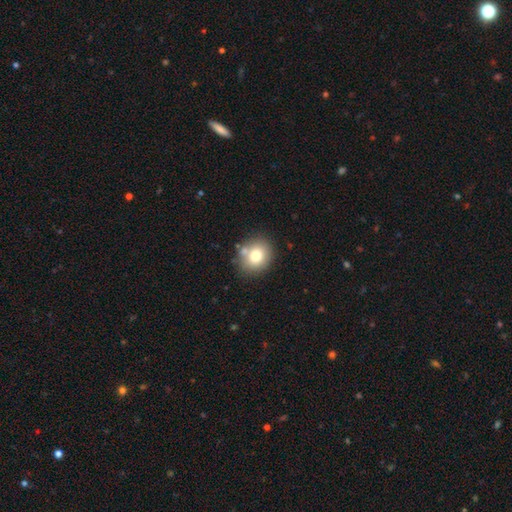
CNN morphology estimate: Smooth or featured: smooth — 75% (featured or disk — 14%)
How rounded: round — 70% (in between — 29%)
Merging: none — 74% (minor disturbance — 12%)